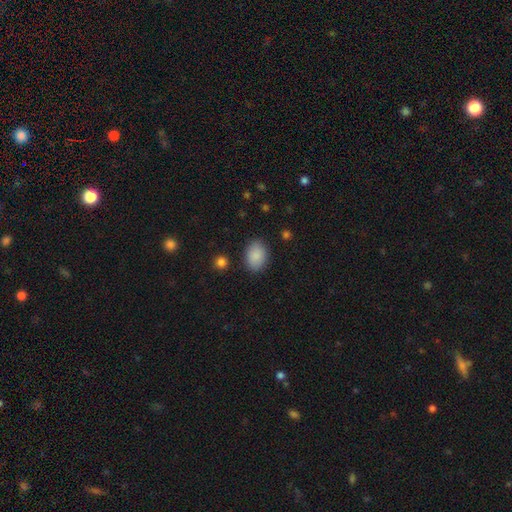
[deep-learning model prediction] This is clearly a smooth galaxy (89%). How rounded: clearly in between (81%). Merging: clearly none (84%).